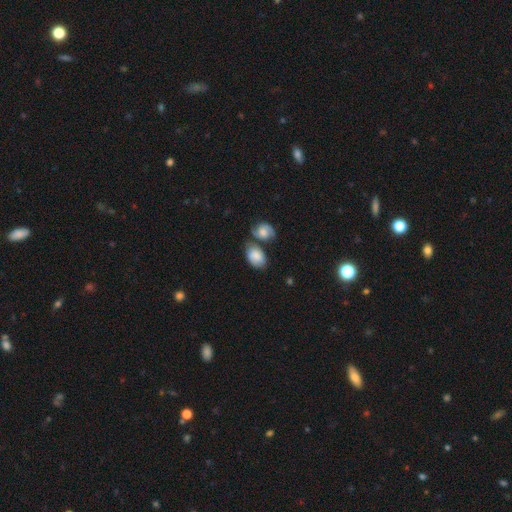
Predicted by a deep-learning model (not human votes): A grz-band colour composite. It shows a smooth galaxy with no disk features (71%) that is in between round and cigar-shaped (85%). Merging: none (43%).